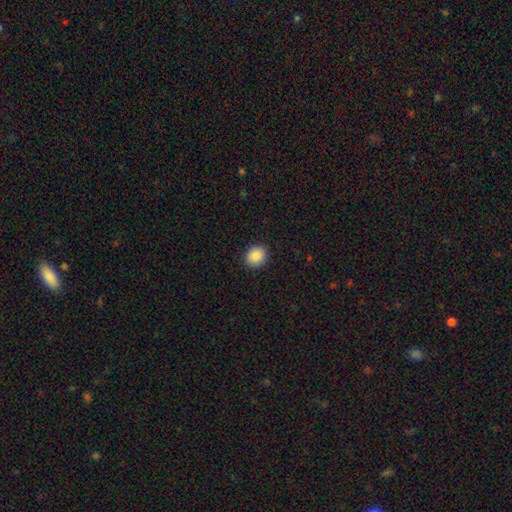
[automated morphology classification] Smooth or featured: smooth — 88% (star or artifact — 8%)
How rounded: round — 68% (in between — 31%)
Merging: none — 91% (minor disturbance — 7%)